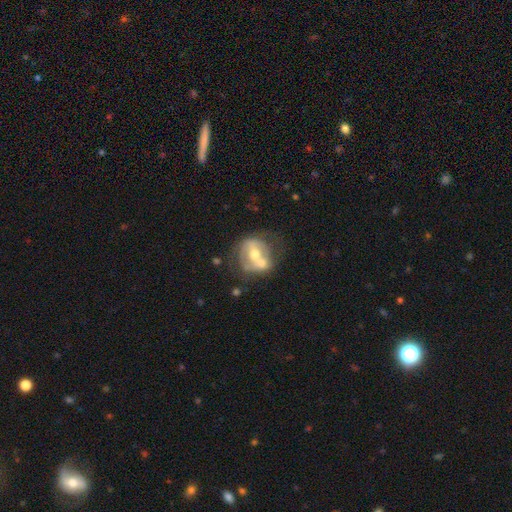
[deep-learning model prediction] Smooth or featured? featured or disk (57%)
Edge-on disk? no (96%)
Bar? no (57%)
Spiral arms? no (74%)
Bulge size? moderate (70%)
Merging? merger (43%)